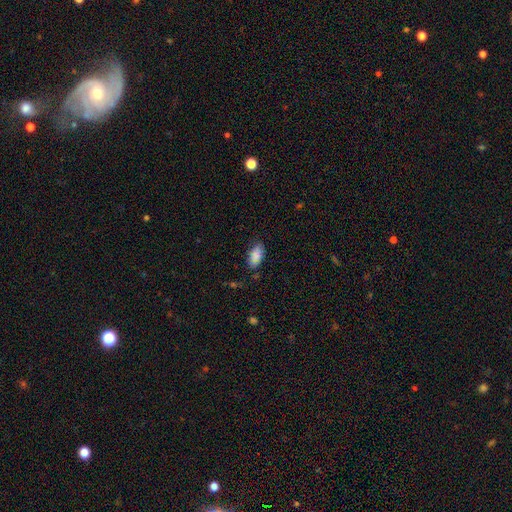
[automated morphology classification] A smooth galaxy with no disk features (86%) that is in between round and cigar-shaped (92%). Merging: none (77%).